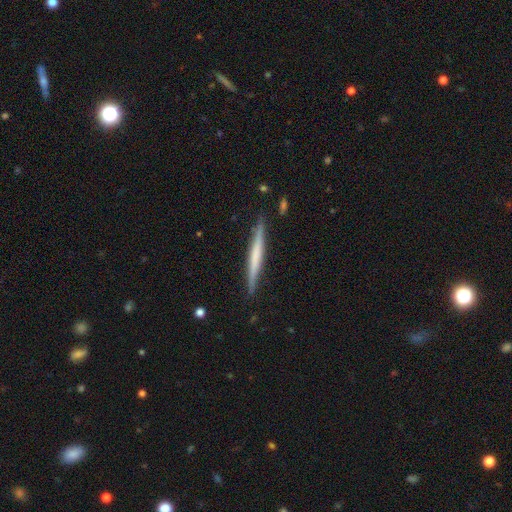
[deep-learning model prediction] featured or disk 50%, smooth 44%, star or artifact 5%. Down the decision tree: edge-on disk — yes (97%); merging — none (89%).